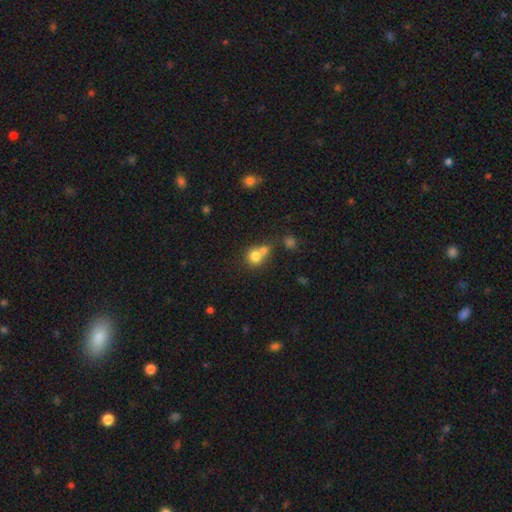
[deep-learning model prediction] Smooth or featured: smooth — 77% (featured or disk — 11%)
How rounded: round — 80% (in between — 19%)
Merging: merger — 52% (none — 36%)